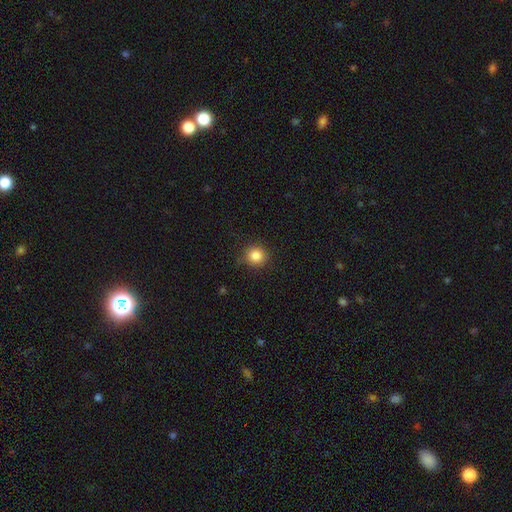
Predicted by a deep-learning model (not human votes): Smooth or featured? smooth (84%)
How rounded? round (92%)
Merging? none (85%)